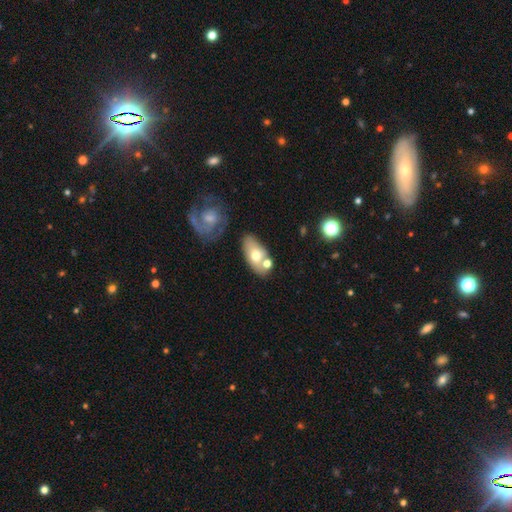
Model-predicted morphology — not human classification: A smooth galaxy with no disk features (60%) that is in between round and cigar-shaped (87%). Merging: none (53%).